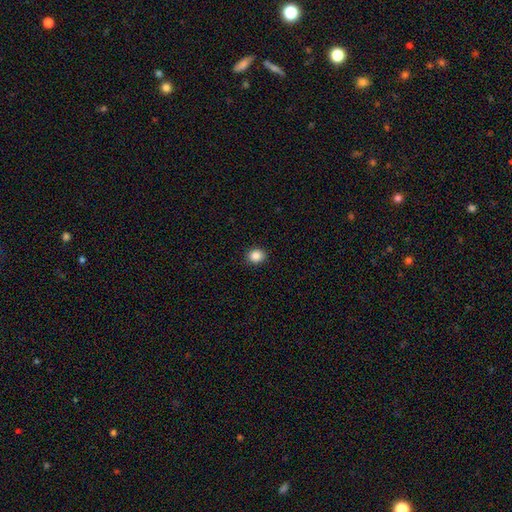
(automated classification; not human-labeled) smooth-or-featured: smooth: 86% | star or artifact: 10% | featured or disk: 4%
  how-rounded: round: 76% | in between: 23% | cigar-shaped: 1%
  merging: none: 91% | minor disturbance: 6% | major disturbance: 2% | merger: 1%